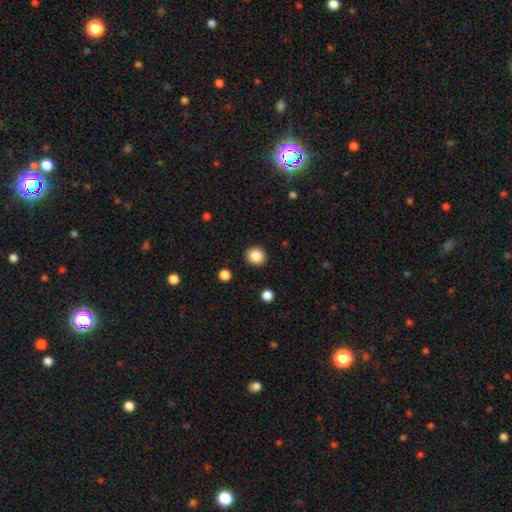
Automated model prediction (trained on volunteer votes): A smooth galaxy with no disk features (86%) that is round (90%).

Vote fractions:
- Smooth or featured? smooth: 86% / star or artifact: 10% / featured or disk: 4%
- How rounded? round: 90% / in between: 9% / cigar-shaped: 1%
- Merging? none: 90% / minor disturbance: 6% / major disturbance: 2% / merger: 1%